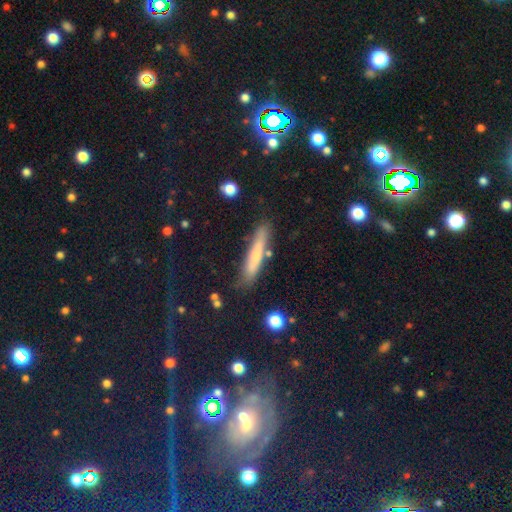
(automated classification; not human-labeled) Smooth or featured? smooth (66%)
How rounded? cigar-shaped (91%)
Merging? none (78%)